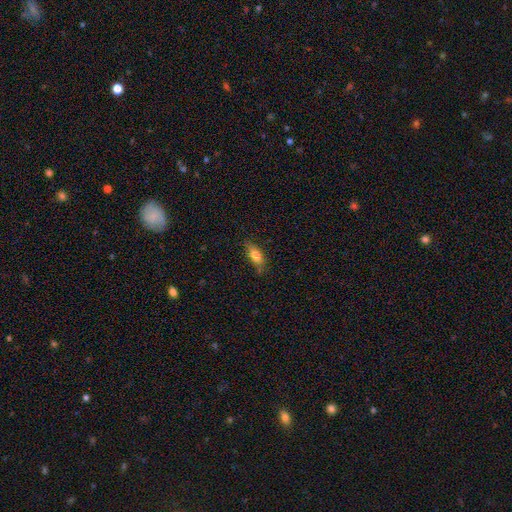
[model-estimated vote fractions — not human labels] A smooth galaxy with no disk features (77%) that is in between round and cigar-shaped (74%). Merging: none (71%).